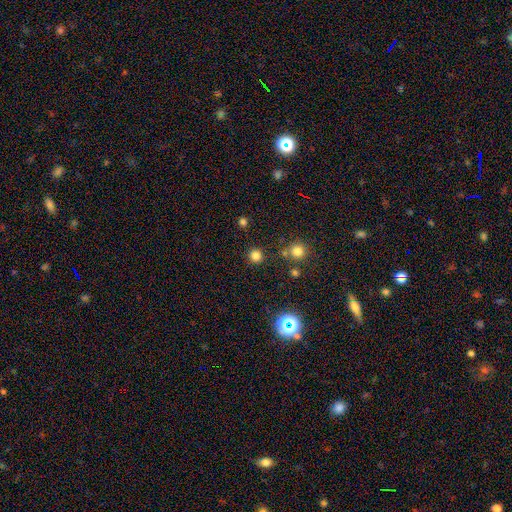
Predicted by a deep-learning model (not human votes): Morphology: type=smooth (78%); roundness=round (94%); merging=none (87%).